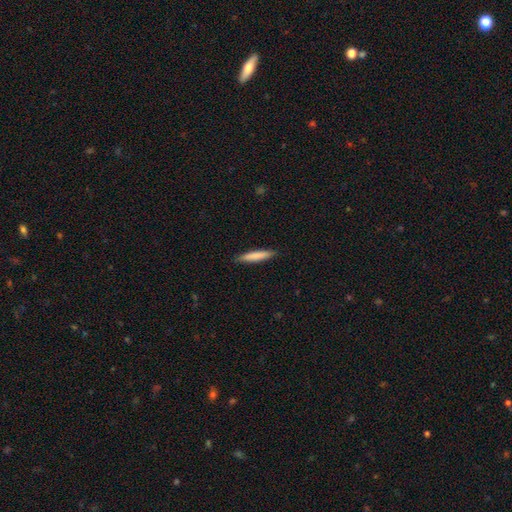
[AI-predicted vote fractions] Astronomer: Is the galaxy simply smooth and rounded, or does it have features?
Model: smooth — 81%.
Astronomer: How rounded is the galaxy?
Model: cigar-shaped — 91%.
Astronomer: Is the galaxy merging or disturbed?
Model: none — 90%.